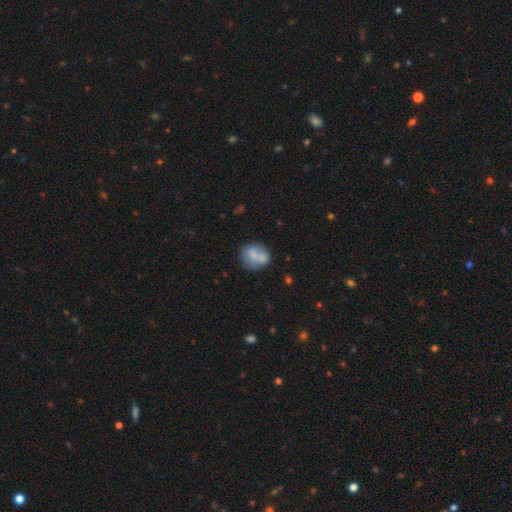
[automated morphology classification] Overall: smooth (68%). How rounded: round (66%; in between 33%). Merging: none (50%; minor disturbance 22%).